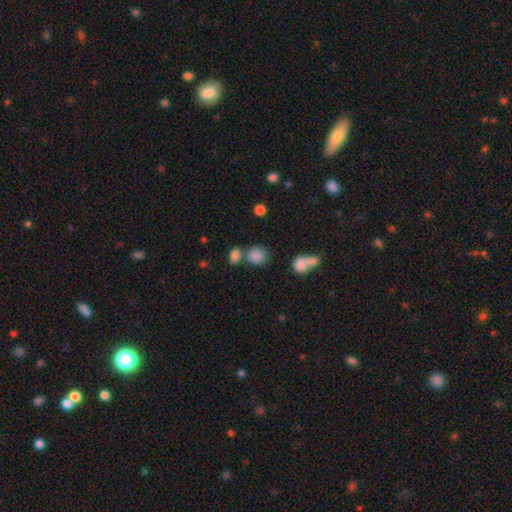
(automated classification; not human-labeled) This appears to be a smooth galaxy with no disk features (82%) that is round (65%). Merging: none (54%).